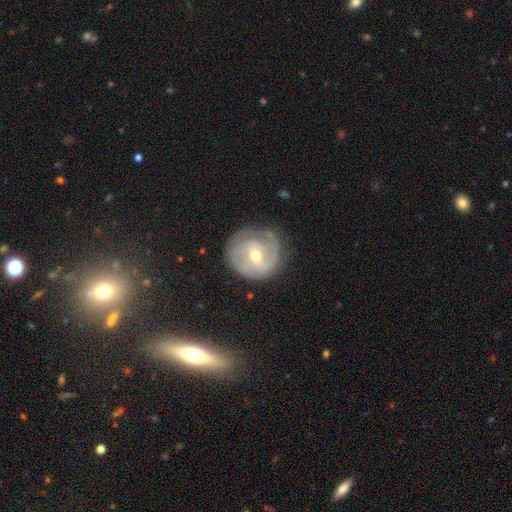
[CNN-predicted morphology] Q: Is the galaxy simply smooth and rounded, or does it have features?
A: featured or disk — 76%.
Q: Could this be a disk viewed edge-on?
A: no — 97%.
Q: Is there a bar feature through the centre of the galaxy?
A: weak — 49%.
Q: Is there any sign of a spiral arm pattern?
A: yes — 87%.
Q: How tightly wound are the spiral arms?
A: tight — 57%.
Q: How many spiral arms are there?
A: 2 — 47%.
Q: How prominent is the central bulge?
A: moderate — 62%.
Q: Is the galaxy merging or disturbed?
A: none — 74%.